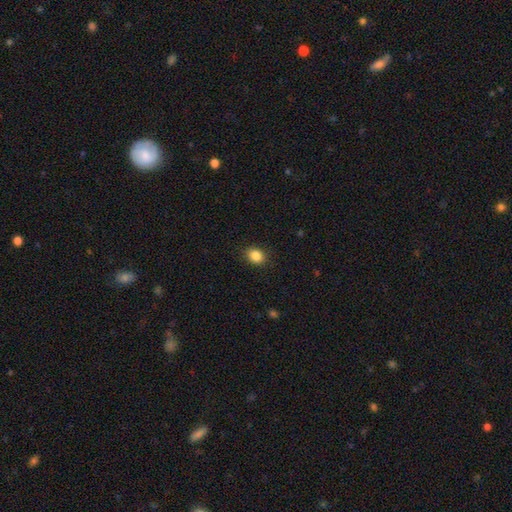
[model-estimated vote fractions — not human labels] smooth-or-featured: smooth: 86% | star or artifact: 9% | featured or disk: 4%
  how-rounded: in between: 53% | round: 46% | cigar-shaped: 1%
  merging: none: 89% | minor disturbance: 8% | major disturbance: 2% | merger: 1%